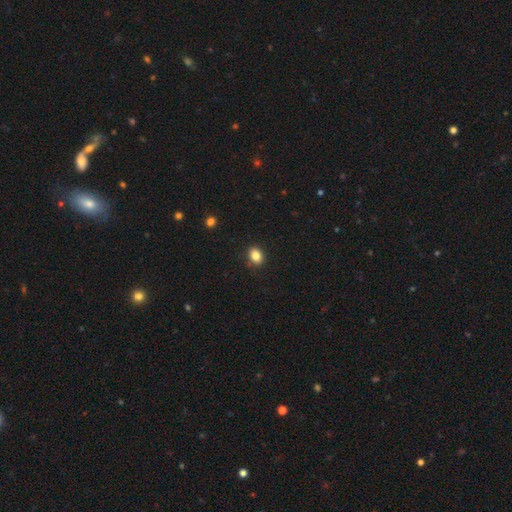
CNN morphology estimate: Overall: smooth (84%). How rounded: in between (63%; round 36%). Merging: none (87%).